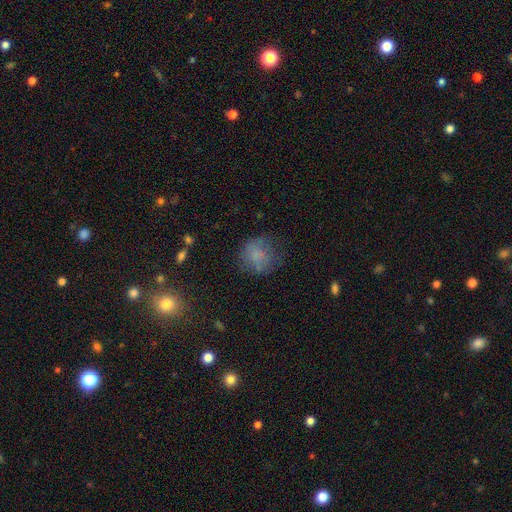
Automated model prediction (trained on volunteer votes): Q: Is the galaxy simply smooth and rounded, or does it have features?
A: smooth — 68%.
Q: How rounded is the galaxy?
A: round — 80%.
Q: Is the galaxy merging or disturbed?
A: none — 63%.